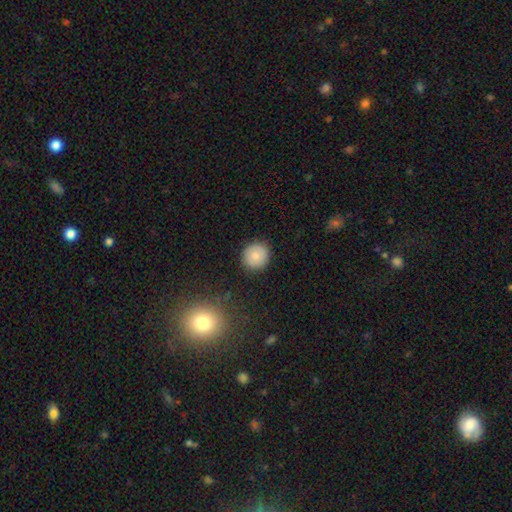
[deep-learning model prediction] smooth 82%, featured or disk 9%, star or artifact 9%. Down the decision tree: how rounded — round (93%); merging — none (90%).